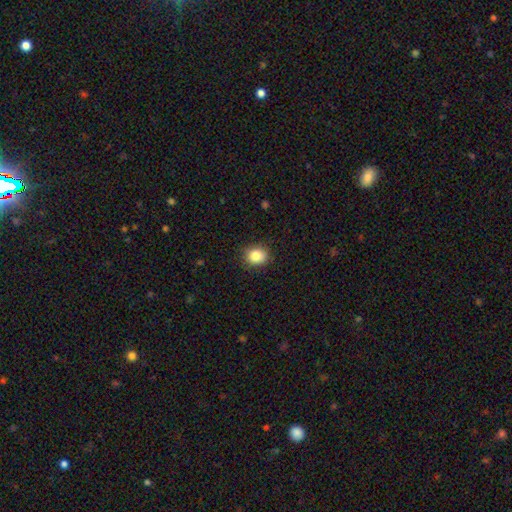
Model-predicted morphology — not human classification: smooth-or-featured: smooth: 84% | star or artifact: 10% | featured or disk: 6%
  how-rounded: round: 65% | in between: 34% | cigar-shaped: 1%
  merging: none: 87% | minor disturbance: 9% | major disturbance: 2% | merger: 1%